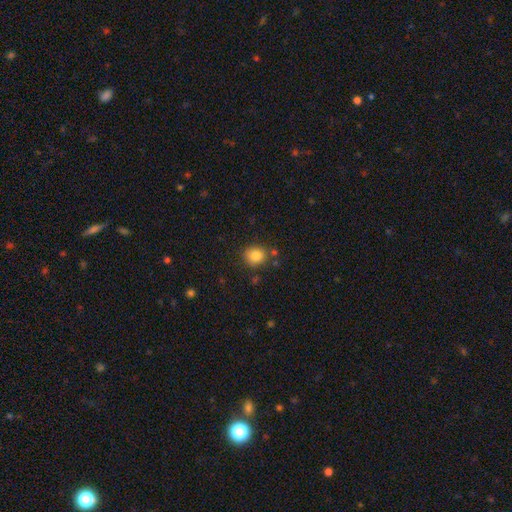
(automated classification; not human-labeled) Smooth or featured?
  - smooth: 83% *
  - star or artifact: 11%
  - featured or disk: 7%
How rounded?
  - round: 80% *
  - in between: 19%
  - cigar-shaped: 1%
Merging?
  - none: 79% *
  - minor disturbance: 12%
  - merger: 6%
  - major disturbance: 3%